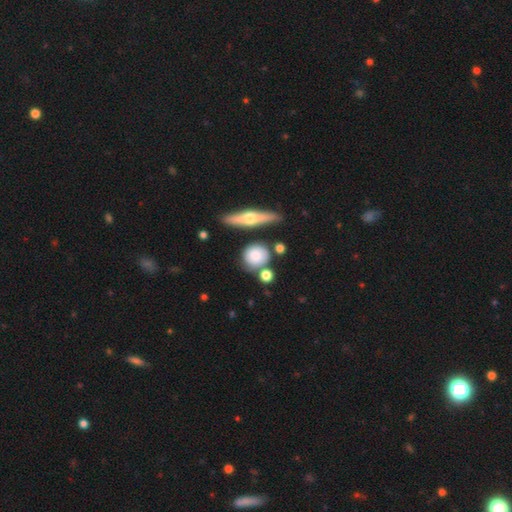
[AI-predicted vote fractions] A smooth galaxy with no disk features (74%) that is round (82%). Merging: none (69%).